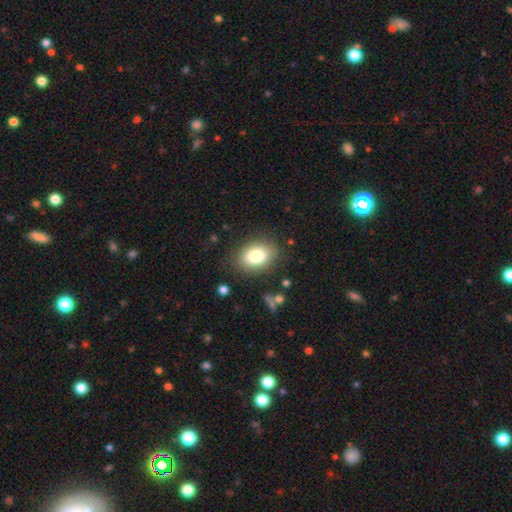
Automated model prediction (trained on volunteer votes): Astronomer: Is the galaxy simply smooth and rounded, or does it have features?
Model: smooth — 81%.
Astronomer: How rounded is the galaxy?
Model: in between — 80%.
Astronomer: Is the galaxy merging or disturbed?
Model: none — 83%.